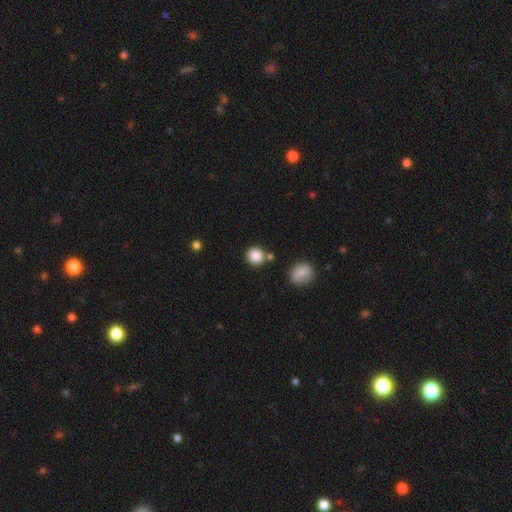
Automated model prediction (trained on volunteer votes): Smooth or featured?
  - smooth: 86% *
  - star or artifact: 10%
  - featured or disk: 4%
How rounded?
  - round: 93% *
  - in between: 6%
  - cigar-shaped: 1%
Merging?
  - none: 79% *
  - merger: 10%
  - minor disturbance: 8%
  - major disturbance: 3%